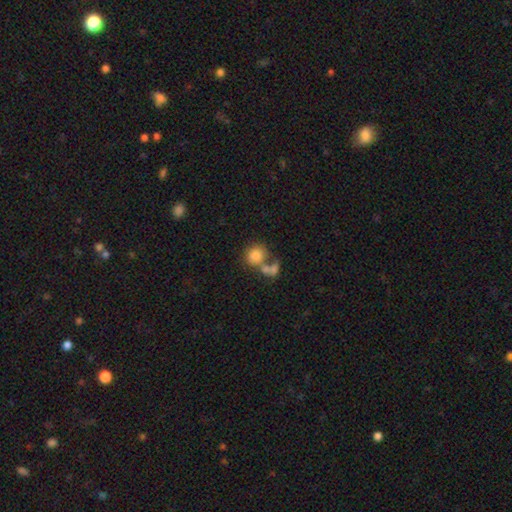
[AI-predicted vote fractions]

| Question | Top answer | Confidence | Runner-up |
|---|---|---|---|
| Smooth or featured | smooth | 80% | featured or disk (11%) |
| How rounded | round | 76% | in between (22%) |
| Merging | merger | 44% | none (39%) |